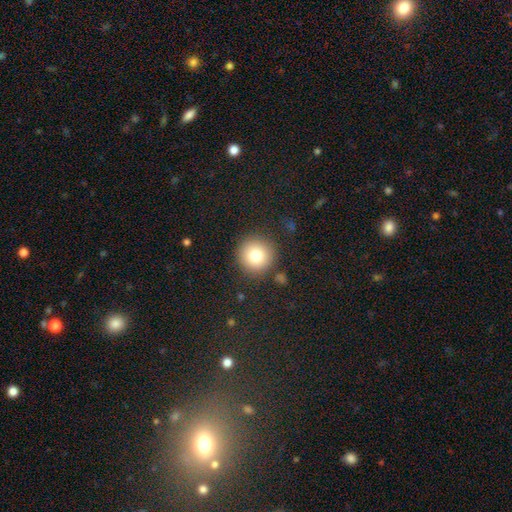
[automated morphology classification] A smooth galaxy with no disk features (80%) that is round (95%).

Vote fractions:
- Smooth or featured? smooth: 80% / star or artifact: 11% / featured or disk: 9%
- How rounded? round: 95% / in between: 4% / cigar-shaped: 1%
- Merging? none: 88% / minor disturbance: 7% / major disturbance: 3% / merger: 2%